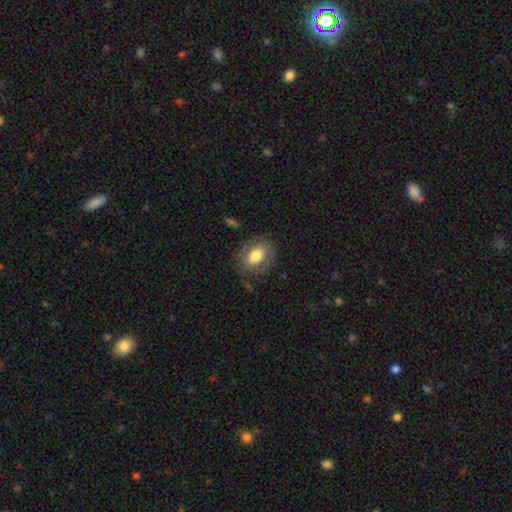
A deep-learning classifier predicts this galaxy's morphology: Overall: smooth (61%; featured or disk 32%). How rounded: in between (65%; round 33%). Merging: none (74%).